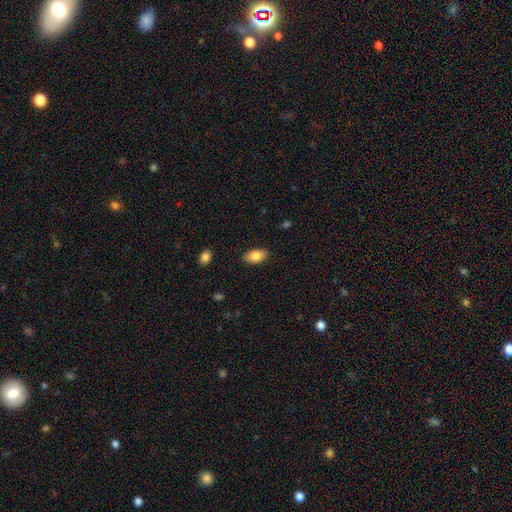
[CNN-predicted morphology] smooth-or-featured: smooth: 83% | featured or disk: 10% | star or artifact: 7%
  how-rounded: in between: 93% | round: 5% | cigar-shaped: 2%
  merging: none: 87% | minor disturbance: 10% | major disturbance: 2% | merger: 1%